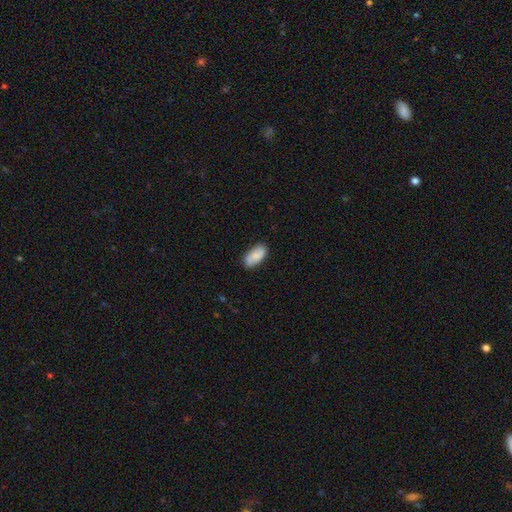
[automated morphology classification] Smooth or featured: smooth — 77% (featured or disk — 16%)
How rounded: in between — 91% (cigar-shaped — 6%)
Merging: none — 81% (minor disturbance — 15%)